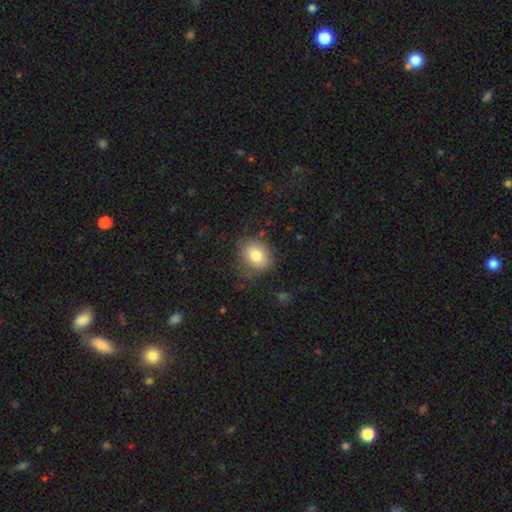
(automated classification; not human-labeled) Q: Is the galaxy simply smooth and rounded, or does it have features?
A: smooth — 80%.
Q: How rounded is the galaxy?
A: round — 55%.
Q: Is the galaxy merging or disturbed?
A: none — 73%.